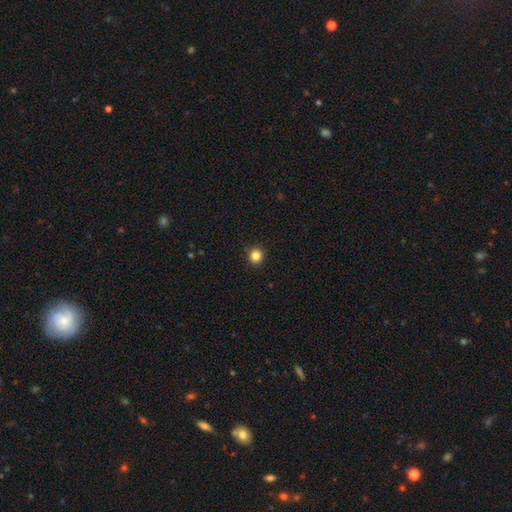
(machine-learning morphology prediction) This appears to be a smooth galaxy with no disk features (84%) that is round (94%). Merging: none (92%).